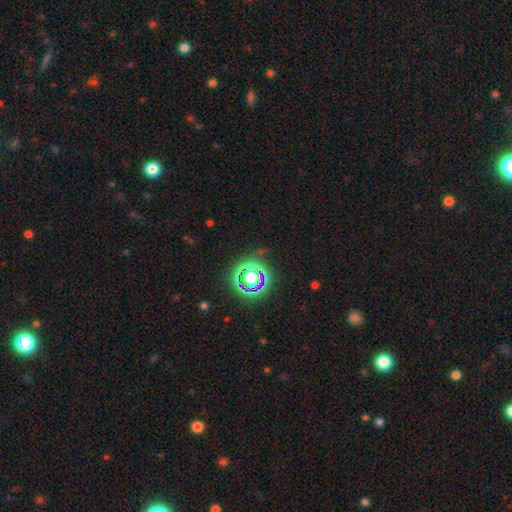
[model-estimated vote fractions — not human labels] A star or artifact, not a galaxy (79%).

Vote fractions:
- Smooth or featured? star or artifact: 79% / smooth: 14% / featured or disk: 7%